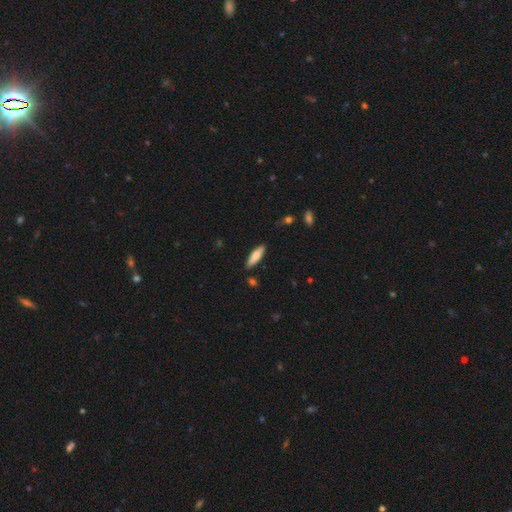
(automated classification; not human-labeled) A smooth galaxy with no disk features (71%) that is cigar-shaped (58%). Merging: none (85%).